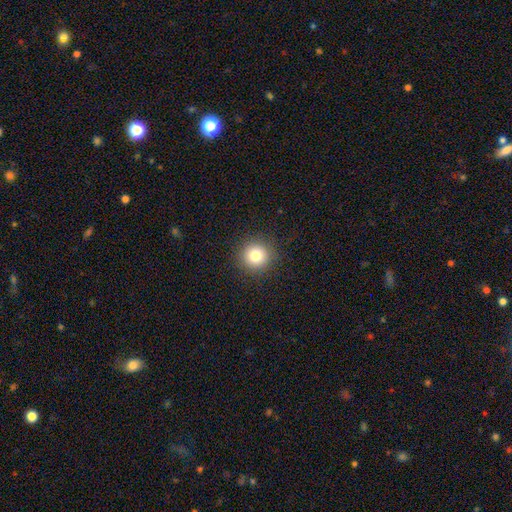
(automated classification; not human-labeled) A smooth galaxy with no disk features (80%) that is round (94%).

Vote fractions:
- Smooth or featured? smooth: 80% / star or artifact: 12% / featured or disk: 7%
- How rounded? round: 94% / in between: 5% / cigar-shaped: 1%
- Merging? none: 91% / minor disturbance: 6% / major disturbance: 2% / merger: 1%